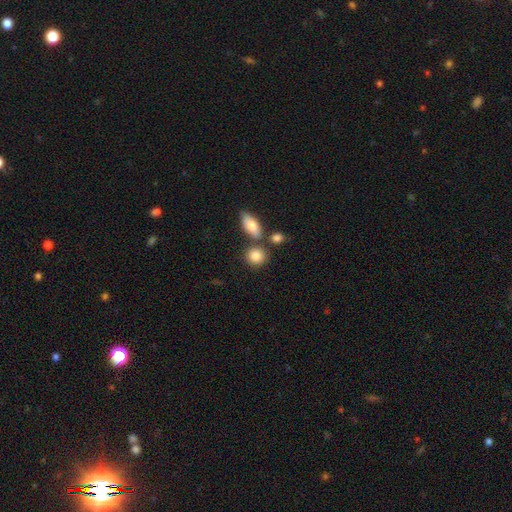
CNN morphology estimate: Smooth or featured? smooth (84%)
How rounded? round (69%)
Merging? none (67%)